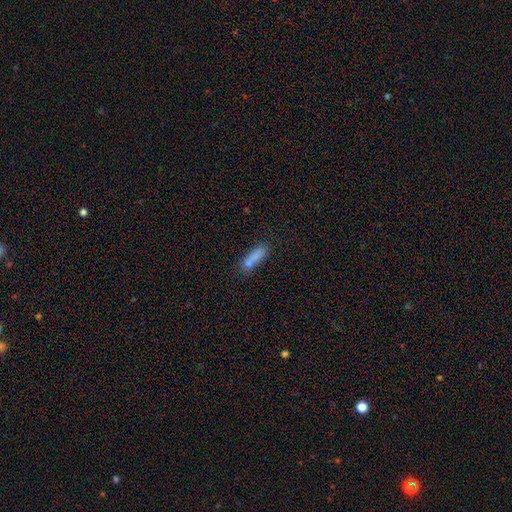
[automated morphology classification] Smooth or featured: smooth — 77% (featured or disk — 12%)
How rounded: cigar-shaped — 54% (in between — 42%)
Merging: none — 50% (merger — 24%)